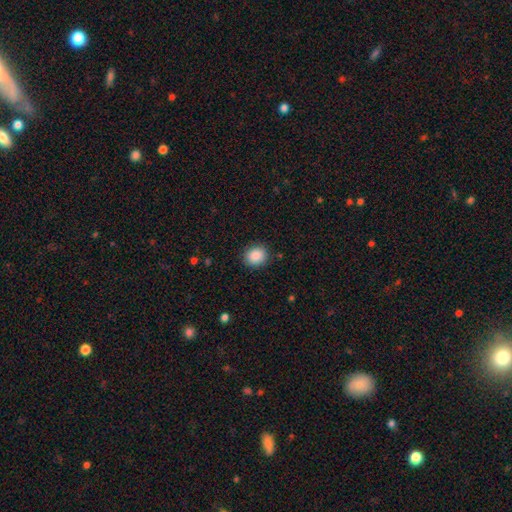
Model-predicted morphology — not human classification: smooth 88%, star or artifact 8%, featured or disk 3%. Down the decision tree: how rounded — round (74%); merging — none (88%).